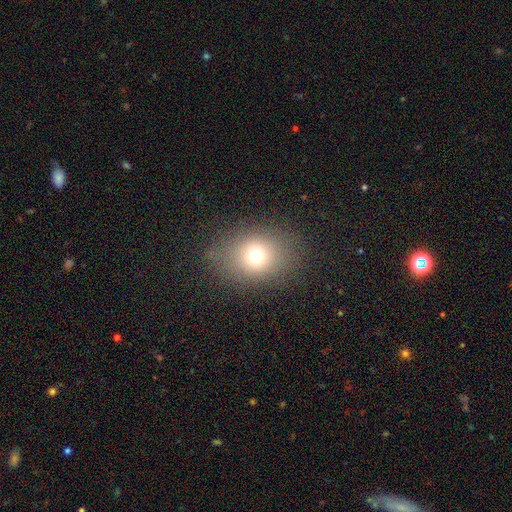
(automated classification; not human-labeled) This appears to be a smooth galaxy with no disk features (71%) that is in between round and cigar-shaped (52%). Merging: none (81%).